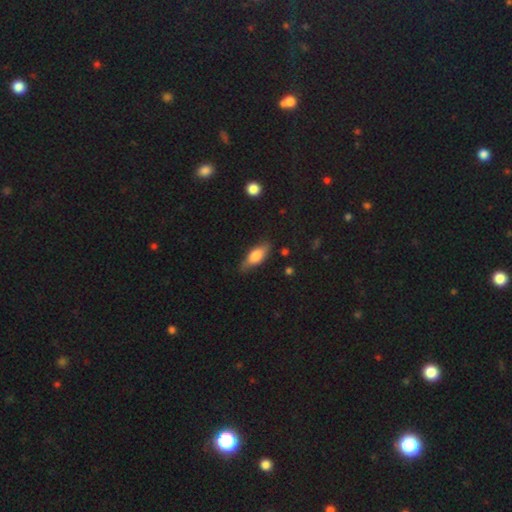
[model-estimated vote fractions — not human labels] Morphology: type=smooth (70%); roundness=in between (72%); merging=none (77%).